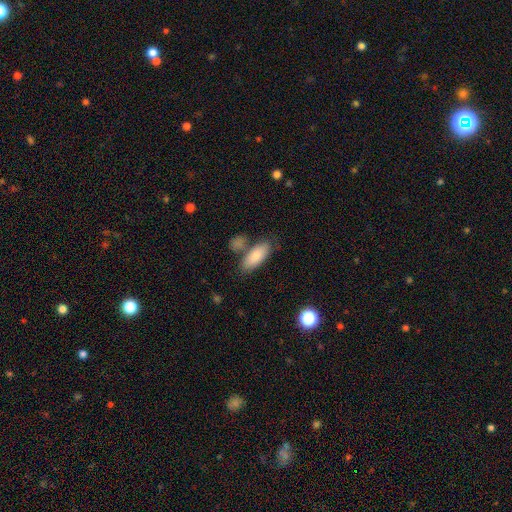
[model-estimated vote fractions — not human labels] Morphology: type=smooth (80%); roundness=in between (81%); merging=none (65%).